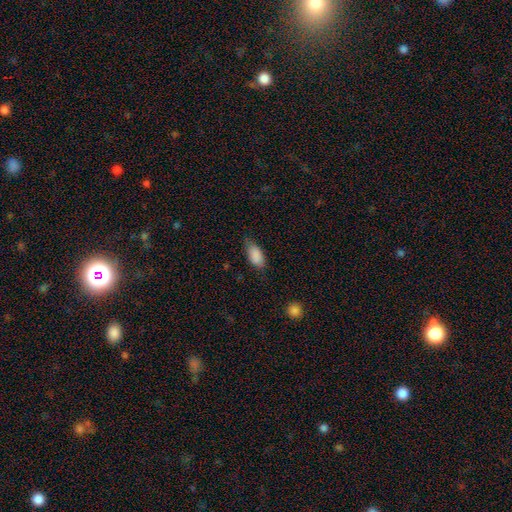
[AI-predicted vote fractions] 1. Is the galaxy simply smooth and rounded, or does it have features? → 88% smooth, 7% star or artifact, 5% featured or disk.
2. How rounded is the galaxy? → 91% in between, 7% cigar-shaped, 2% round.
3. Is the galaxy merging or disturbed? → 70% none, 24% minor disturbance, 5% major disturbance, 1% merger.